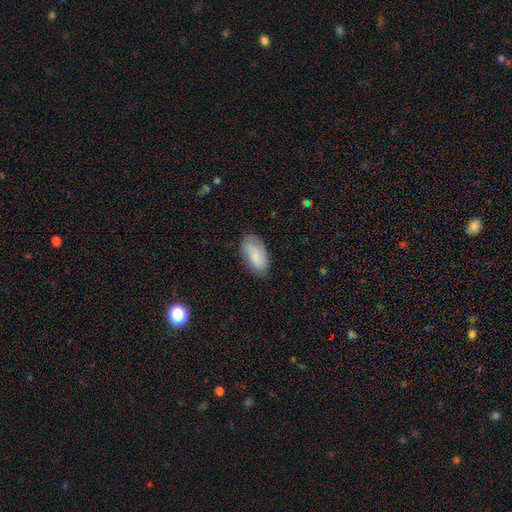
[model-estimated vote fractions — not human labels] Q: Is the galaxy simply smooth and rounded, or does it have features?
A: smooth — 80%.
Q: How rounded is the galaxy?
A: in between — 93%.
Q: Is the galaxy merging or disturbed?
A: none — 78%.